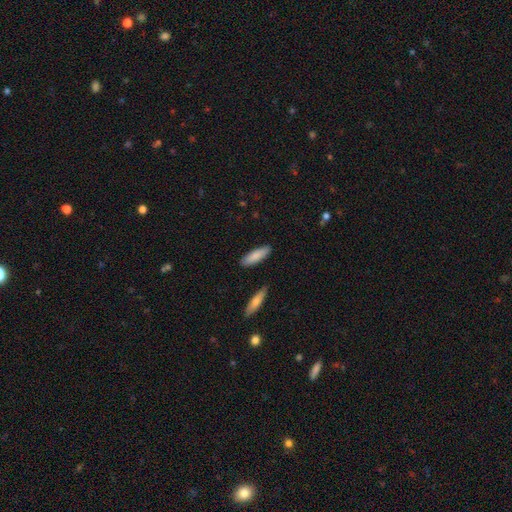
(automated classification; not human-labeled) Smooth or featured? Predicted: smooth (p=0.85). How rounded? Predicted: cigar-shaped (p=0.51). Merging? Predicted: none (p=0.87).